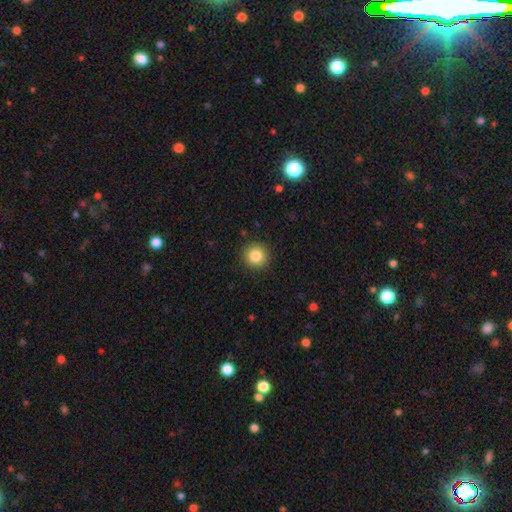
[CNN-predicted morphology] Smooth or featured: smooth — 84% (star or artifact — 10%)
How rounded: round — 94% (in between — 5%)
Merging: none — 91% (minor disturbance — 6%)